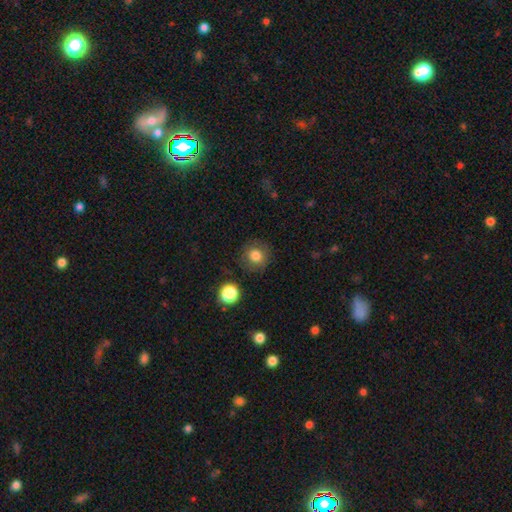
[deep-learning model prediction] Smooth or featured: smooth — 80% (star or artifact — 11%)
How rounded: round — 91% (in between — 8%)
Merging: none — 82% (minor disturbance — 11%)